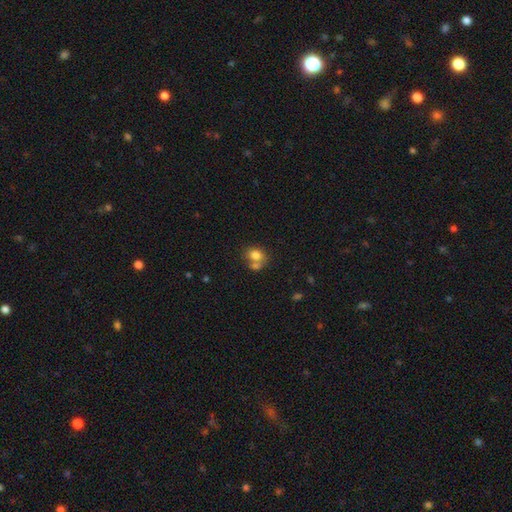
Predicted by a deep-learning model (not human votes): The model was most divided on "how rounded": in between: 50%, round: 49%, cigar-shaped: 1%. Remaining: smooth or featured — smooth (78%); merging — merger (46%).